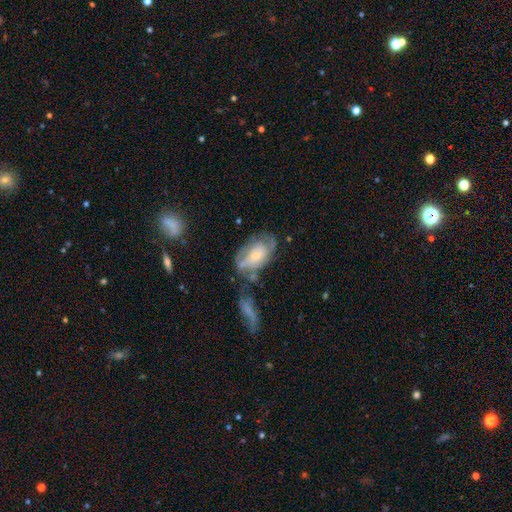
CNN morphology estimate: This is possibly a featured or disk galaxy (58%). It is clearly not viewed edge-on (95%). Bar: likely no (69%). Spiral arm pattern: likely yes (73%). Central bulge: possibly small (55%). Merging: marginally none (36%).